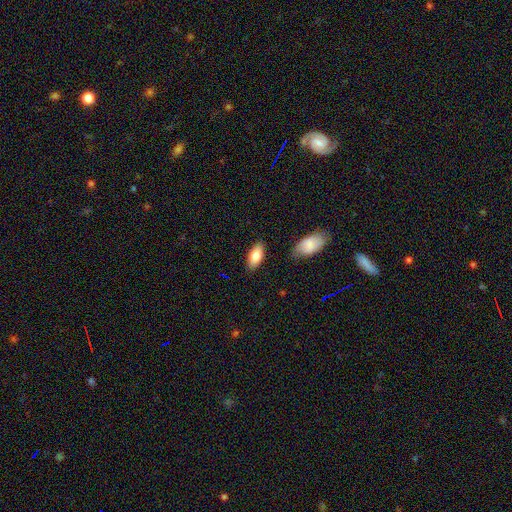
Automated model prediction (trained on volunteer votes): Overall: smooth (80%). How rounded: in between (90%). Merging: none (83%).